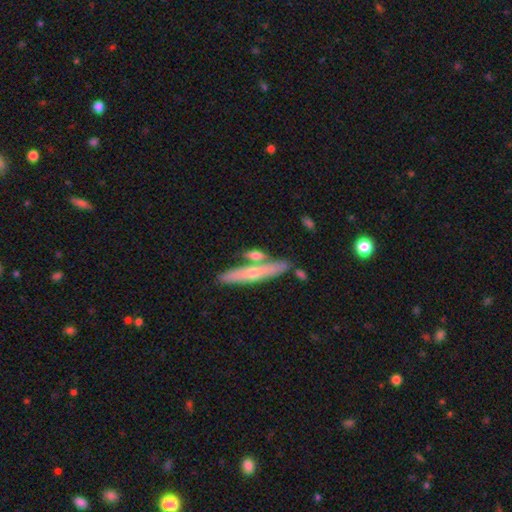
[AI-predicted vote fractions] A smooth galaxy with no disk features (54%) that is cigar-shaped (74%).

Vote fractions:
- Smooth or featured? smooth: 54% / featured or disk: 40% / star or artifact: 6%
- How rounded? cigar-shaped: 74% / in between: 22% / round: 4%
- Merging? none: 57% / merger: 28% / minor disturbance: 11% / major disturbance: 4%